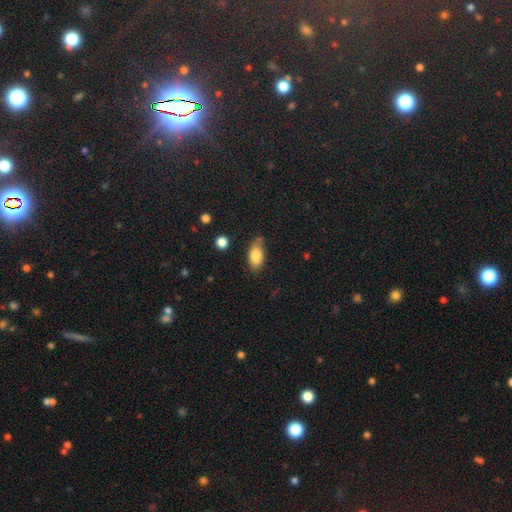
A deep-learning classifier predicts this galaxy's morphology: Overall: smooth (83%). How rounded: in between (89%). Merging: none (61%; minor disturbance 27%).